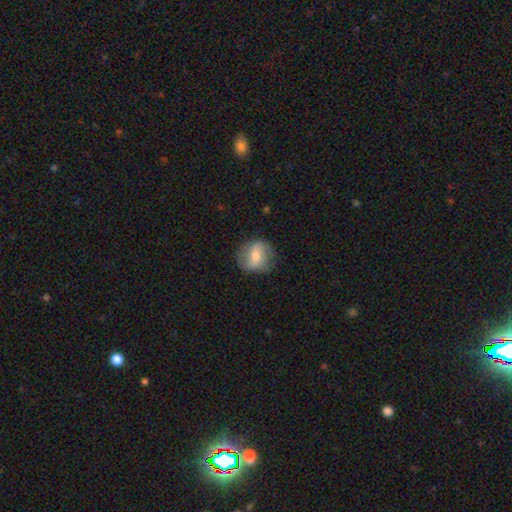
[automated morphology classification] This appears to be a featured or disk galaxy (47%). Merging: none (81%).